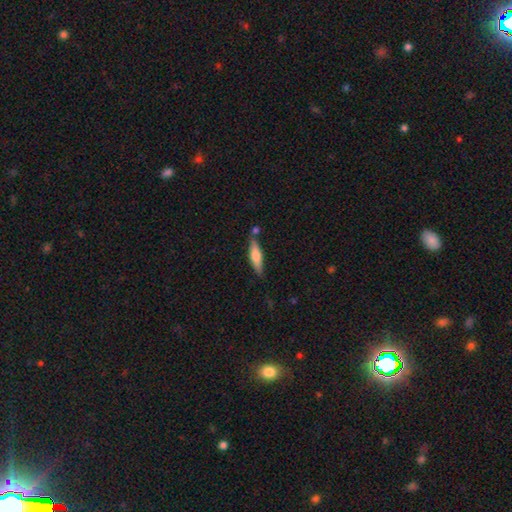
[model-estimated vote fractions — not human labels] A smooth galaxy with no disk features (60%) that is cigar-shaped (70%).

Vote fractions:
- Smooth or featured? smooth: 60% / featured or disk: 34% / star or artifact: 6%
- How rounded? cigar-shaped: 70% / in between: 29% / round: 2%
- Merging? none: 71% / minor disturbance: 15% / merger: 10% / major disturbance: 3%